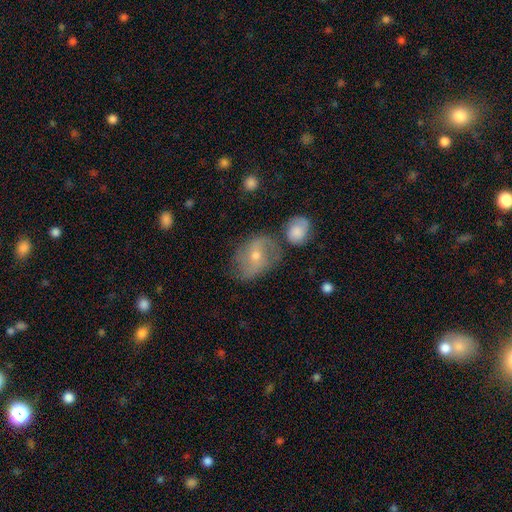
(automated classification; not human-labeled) Q: Smooth or featured?
A: featured or disk (58%); runner-up: smooth (33%)
Q: Edge-on disk?
A: no (95%); runner-up: yes (5%)
Q: Bar?
A: no (47%); runner-up: weak (37%)
Q: Spiral arms?
A: yes (77%); runner-up: no (23%)
Q: Bulge size?
A: moderate (50%); runner-up: small (46%)
Q: Merging?
A: none (57%); runner-up: minor disturbance (23%)